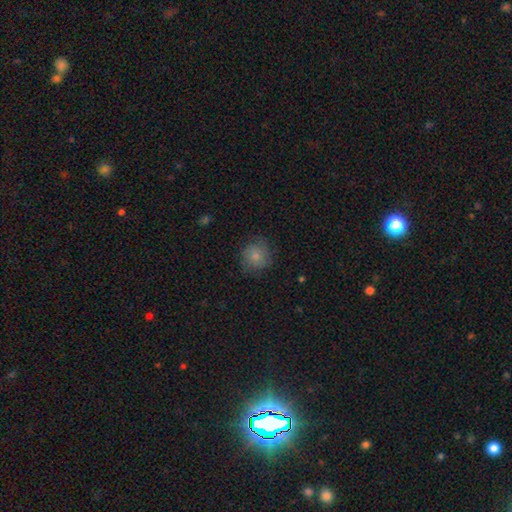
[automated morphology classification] smooth-or-featured: smooth: 79% | featured or disk: 13% | star or artifact: 8%
  how-rounded: round: 86% | in between: 13% | cigar-shaped: 1%
  merging: none: 74% | minor disturbance: 19% | major disturbance: 6% | merger: 1%